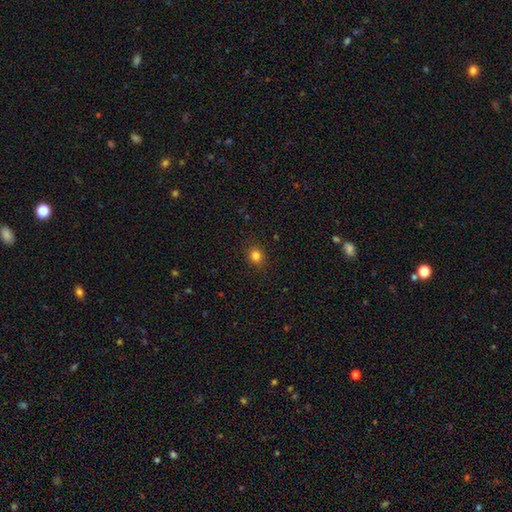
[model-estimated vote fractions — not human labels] Overall: smooth (82%). How rounded: round (75%). Merging: none (89%).